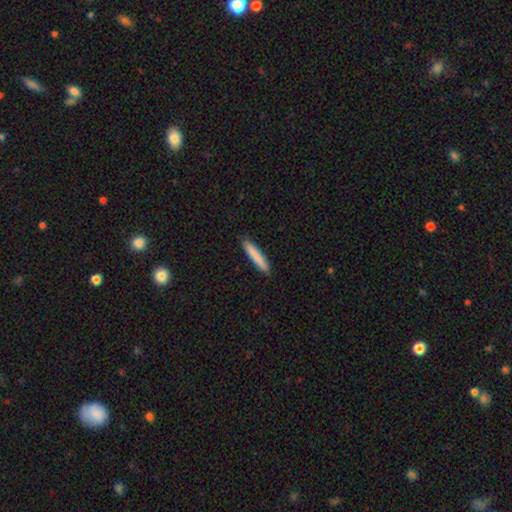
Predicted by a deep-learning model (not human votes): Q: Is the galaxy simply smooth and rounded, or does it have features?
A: smooth — 83%.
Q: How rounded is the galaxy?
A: cigar-shaped — 92%.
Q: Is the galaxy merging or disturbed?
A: none — 91%.